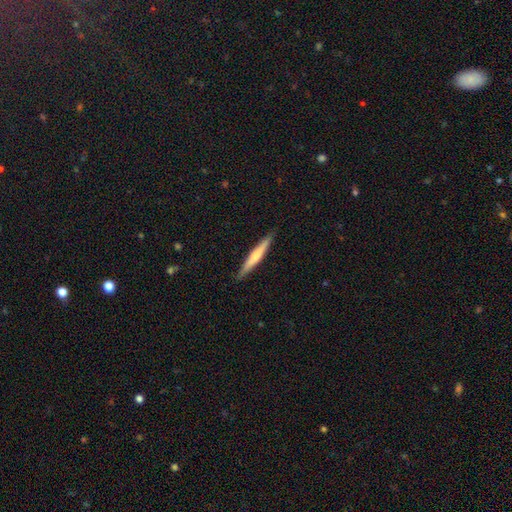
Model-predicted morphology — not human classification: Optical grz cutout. It shows a smooth galaxy with no disk features (55%) that is cigar-shaped (95%). Merging: none (90%).